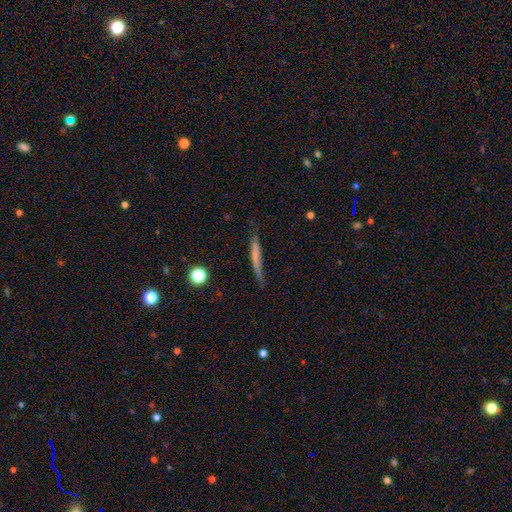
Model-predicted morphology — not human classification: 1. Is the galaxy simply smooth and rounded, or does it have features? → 60% smooth, 32% featured or disk, 8% star or artifact.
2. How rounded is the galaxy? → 94% cigar-shaped, 4% in between, 2% round.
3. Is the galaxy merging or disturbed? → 73% none, 19% minor disturbance, 6% major disturbance, 2% merger.